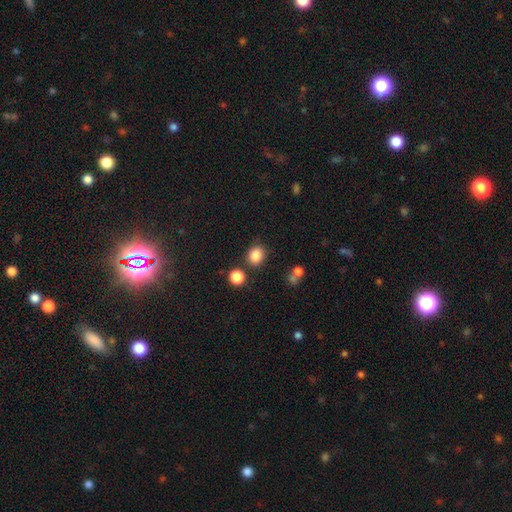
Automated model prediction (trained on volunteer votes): Overall: smooth (85%). How rounded: round (64%; in between 35%). Merging: none (79%).